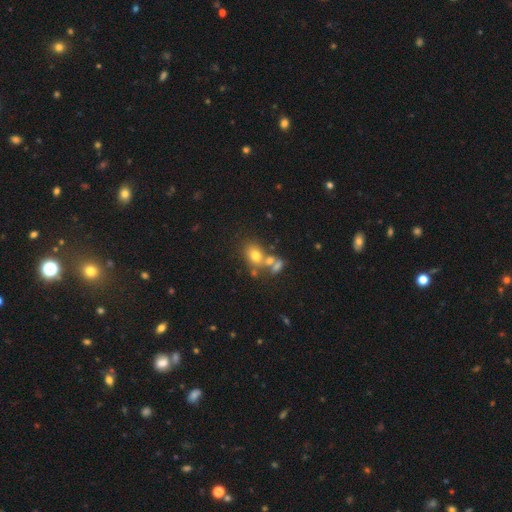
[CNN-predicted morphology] Overall: smooth (71%). How rounded: in between (56%; round 43%). Merging: none (45%; merger 37%).